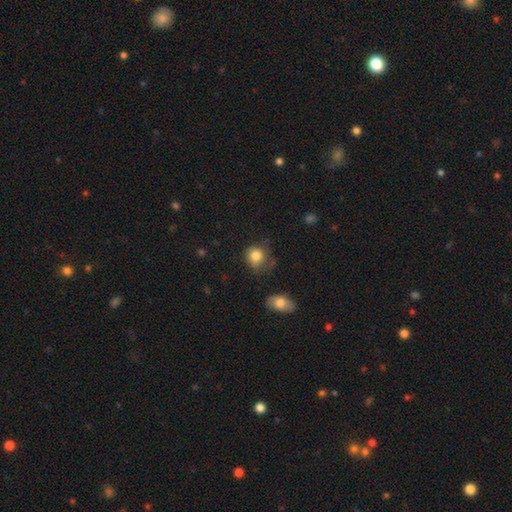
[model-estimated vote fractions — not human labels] Overall: smooth (83%). How rounded: round (79%). Merging: none (59%; minor disturbance 27%).